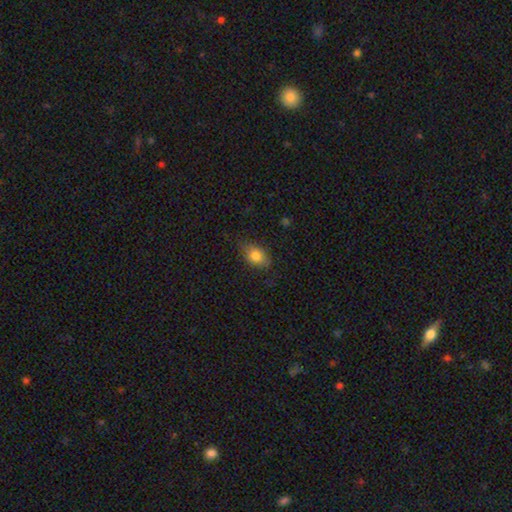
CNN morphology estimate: type=smooth (80%); roundness=in between (82%); merging=none (75%).